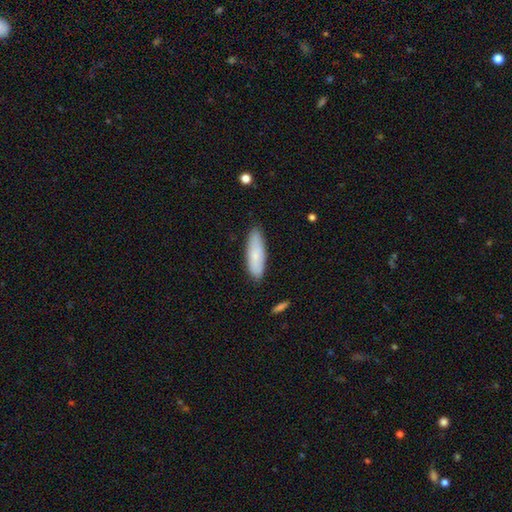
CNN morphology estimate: Smooth or featured?
  - smooth: 77% *
  - featured or disk: 17%
  - star or artifact: 6%
How rounded?
  - in between: 52% *
  - cigar-shaped: 47%
  - round: 2%
Merging?
  - none: 85% *
  - minor disturbance: 12%
  - major disturbance: 2%
  - merger: 1%